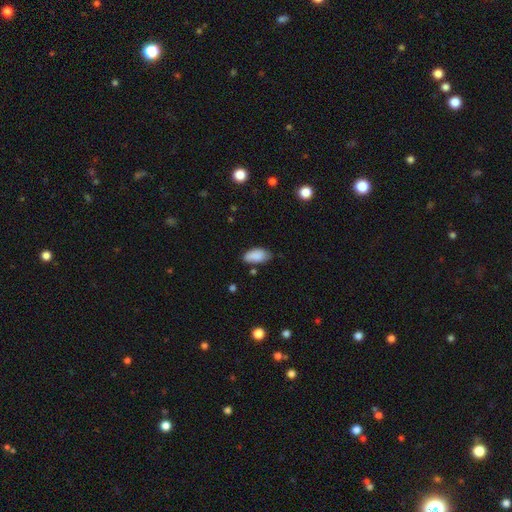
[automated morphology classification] smooth 87%, star or artifact 7%, featured or disk 6%. Down the decision tree: how rounded — in between (93%); merging — none (70%).